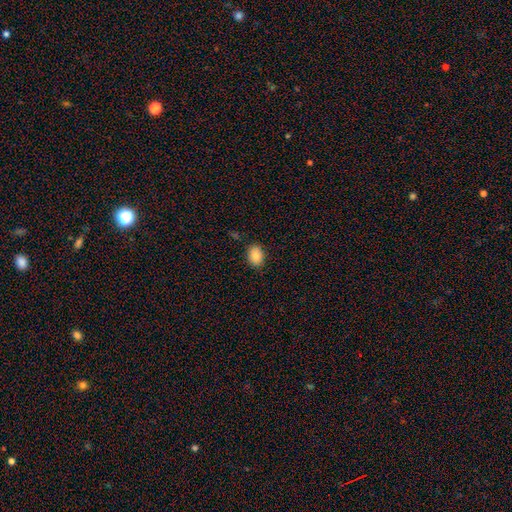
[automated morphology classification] smooth-or-featured: smooth: 86% | star or artifact: 8% | featured or disk: 6%
  how-rounded: in between: 71% | round: 28% | cigar-shaped: 1%
  merging: none: 86% | minor disturbance: 10% | major disturbance: 2% | merger: 1%